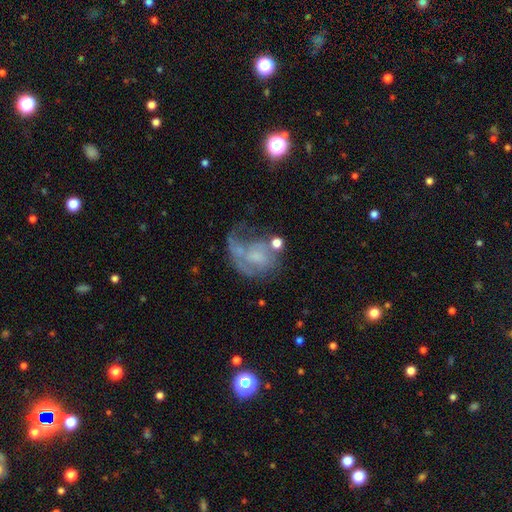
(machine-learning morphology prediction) smooth-or-featured: featured or disk: 61% | smooth: 27% | star or artifact: 12%
  disk-edge-on: no: 98% | yes: 2%
    bar: no: 75% | weak: 21% | strong: 4%
    has-spiral-arms: yes: 55% | no: 45%
    bulge-size: none: 48% | small: 28% | moderate: 18% | large: 4% | dominant: 2%
  merging: major disturbance: 45% | none: 27% | minor disturbance: 18% | merger: 10%